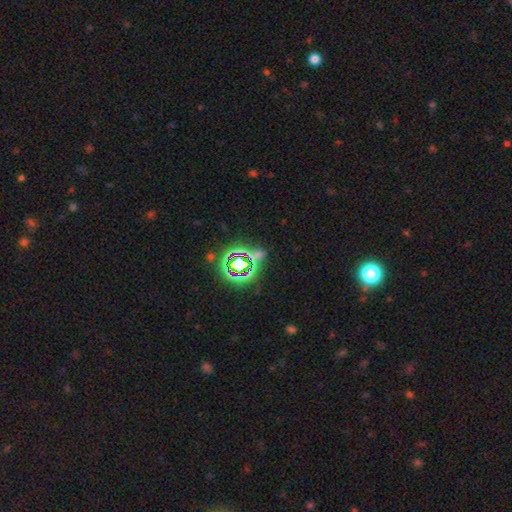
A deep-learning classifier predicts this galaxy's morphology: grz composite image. It shows a star or artifact, not a galaxy (71%).